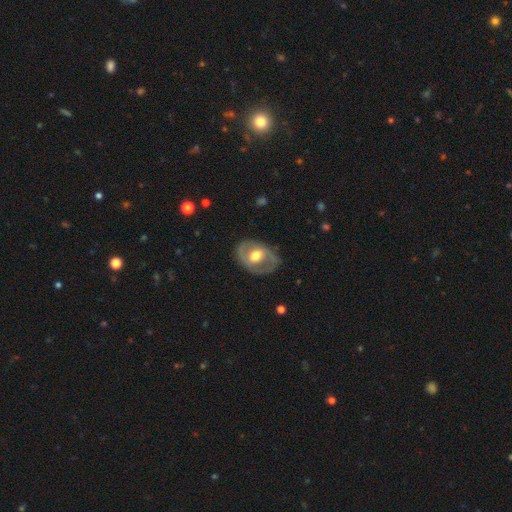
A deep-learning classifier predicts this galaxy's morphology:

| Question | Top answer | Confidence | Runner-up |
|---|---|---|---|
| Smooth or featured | featured or disk | 63% | smooth (31%) |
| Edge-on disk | no | 95% | yes (5%) |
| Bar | no | 45% | weak (39%) |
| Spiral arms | yes | 55% | no (45%) |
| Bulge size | moderate | 70% | large (17%) |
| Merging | none | 76% | minor disturbance (16%) |